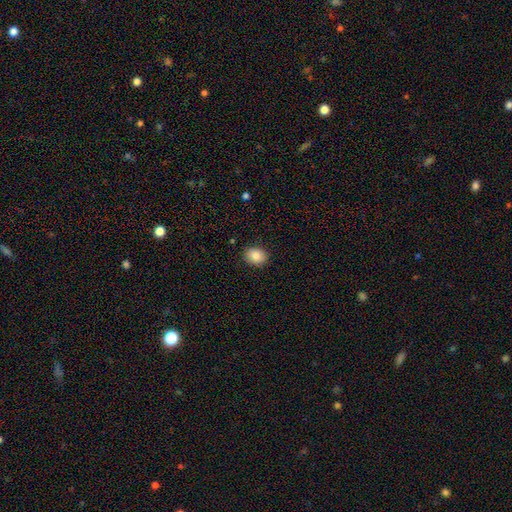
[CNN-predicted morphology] smooth_or_featured: smooth (p=0.86) [alt: star or artifact p=0.08]
how_rounded: in between (p=0.54) [alt: round p=0.45]
merging: none (p=0.89) [alt: minor disturbance p=0.08]